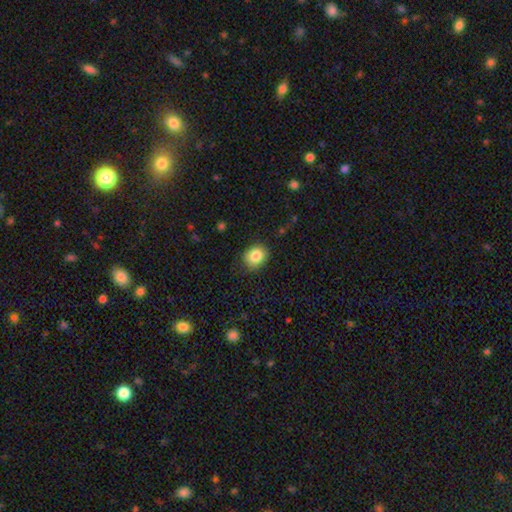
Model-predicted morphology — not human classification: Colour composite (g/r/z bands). It shows a smooth galaxy with no disk features (84%) that is round (60%). Merging: none (83%).